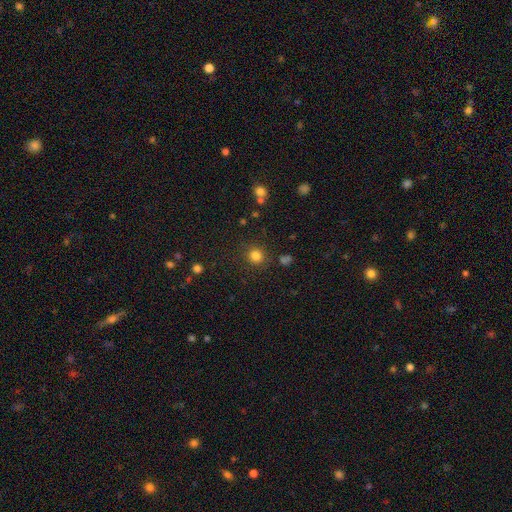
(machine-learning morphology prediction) This appears to be a smooth galaxy with no disk features (82%) that is round (88%). Merging: none (85%).